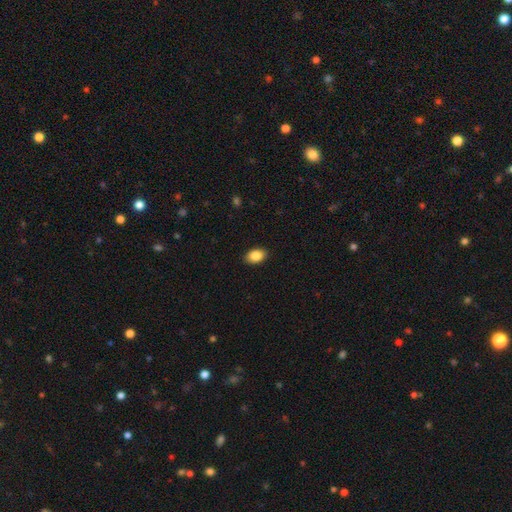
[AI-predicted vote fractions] Q: Smooth or featured?
A: smooth (87%); runner-up: star or artifact (8%)
Q: How rounded?
A: in between (87%); runner-up: round (11%)
Q: Merging?
A: none (89%); runner-up: minor disturbance (8%)